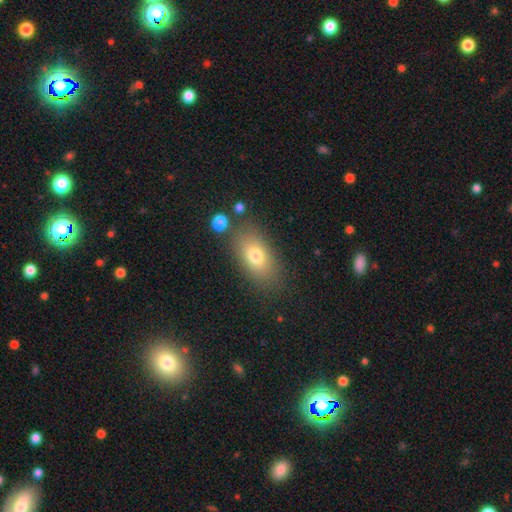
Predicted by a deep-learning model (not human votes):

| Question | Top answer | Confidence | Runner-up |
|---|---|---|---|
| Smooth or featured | smooth | 75% | featured or disk (15%) |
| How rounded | in between | 86% | round (10%) |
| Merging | none | 79% | minor disturbance (12%) |